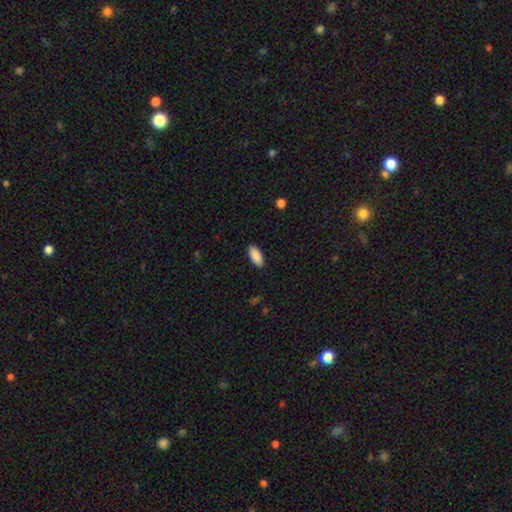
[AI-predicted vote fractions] Overall: smooth (90%). How rounded: in between (87%). Merging: none (89%).